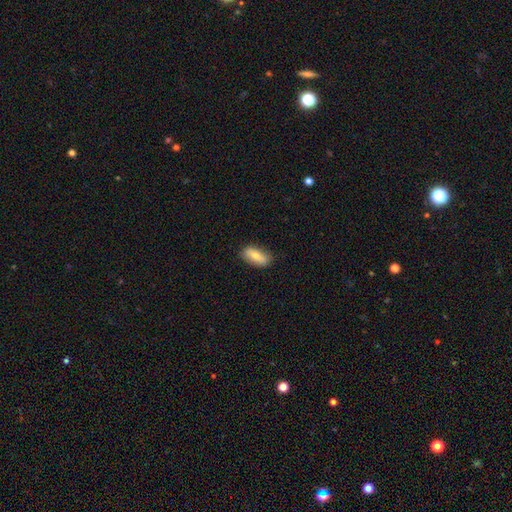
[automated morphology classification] This is likely a smooth galaxy (68%). How rounded: clearly in between (86%). Merging: clearly none (82%).